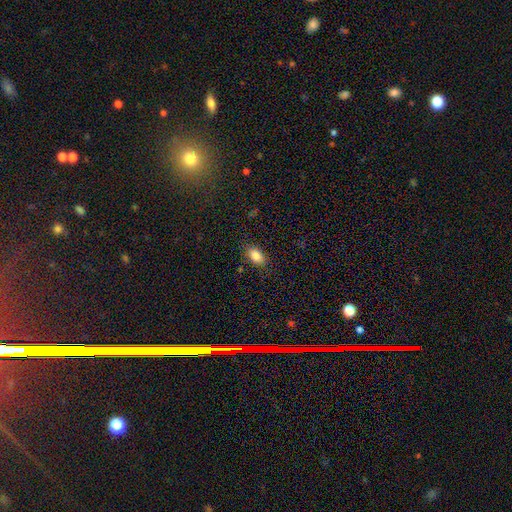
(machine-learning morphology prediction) A smooth galaxy with no disk features (85%) that is in between round and cigar-shaped (88%). Merging: none (85%).